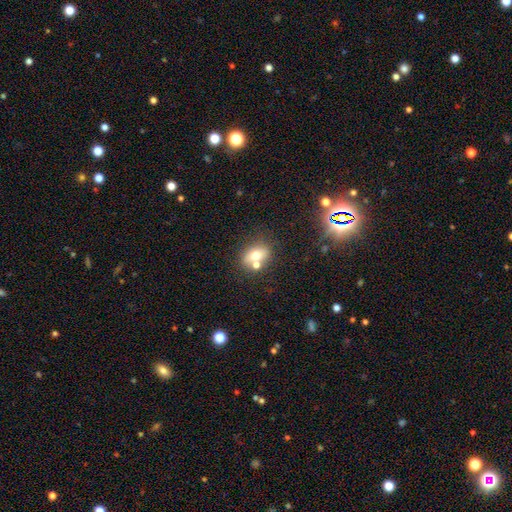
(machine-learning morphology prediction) A smooth galaxy with no disk features (67%) that is in between round and cigar-shaped (60%). Merging: none (54%).